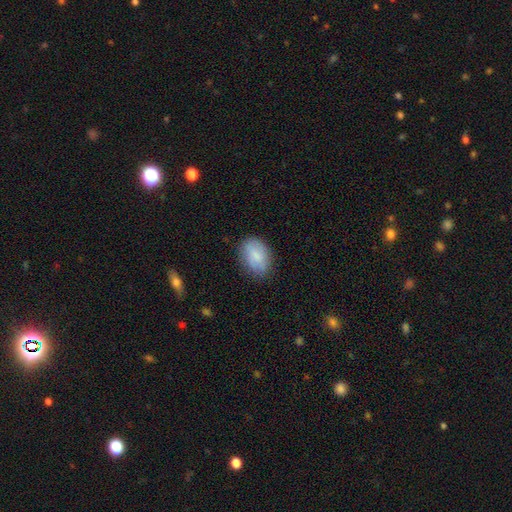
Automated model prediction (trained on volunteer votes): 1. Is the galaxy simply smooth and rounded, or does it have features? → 81% smooth, 12% featured or disk, 7% star or artifact.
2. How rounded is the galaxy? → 83% in between, 15% round, 1% cigar-shaped.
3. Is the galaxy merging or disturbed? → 79% none, 16% minor disturbance, 4% major disturbance, 1% merger.